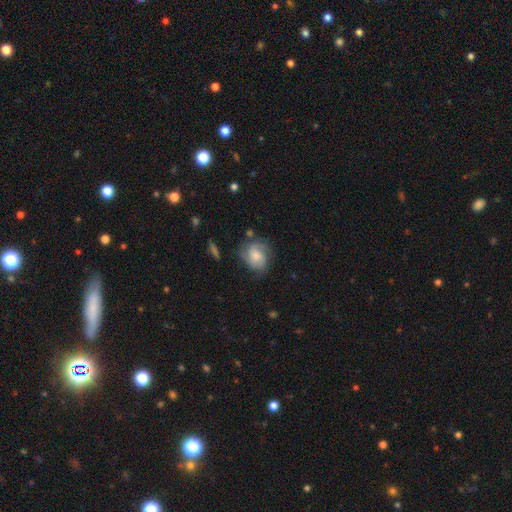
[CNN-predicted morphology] This appears to be a featured or disk galaxy (55%) with no bar (70%), spiral arms (87%) and a moderate central bulge (40%). Merging: none (60%).